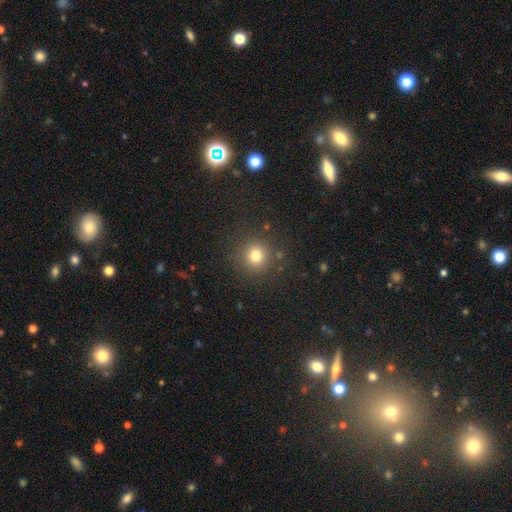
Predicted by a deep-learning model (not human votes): smooth_or_featured: smooth (p=0.79) [alt: star or artifact p=0.15]
how_rounded: round (p=0.92) [alt: in between p=0.07]
merging: none (p=0.87) [alt: minor disturbance p=0.07]